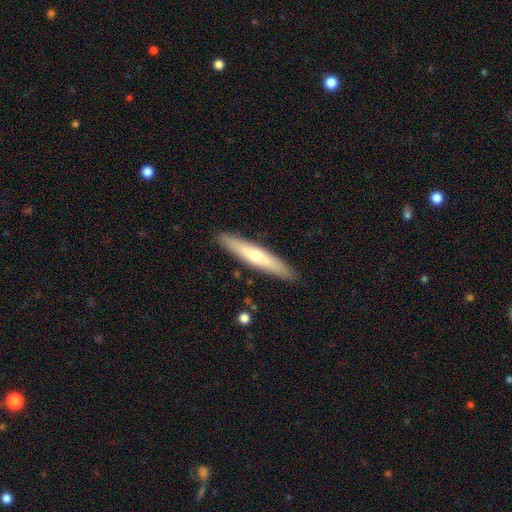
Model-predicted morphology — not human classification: Smooth or featured? Predicted: smooth (p=0.48). Merging? Predicted: none (p=0.90).